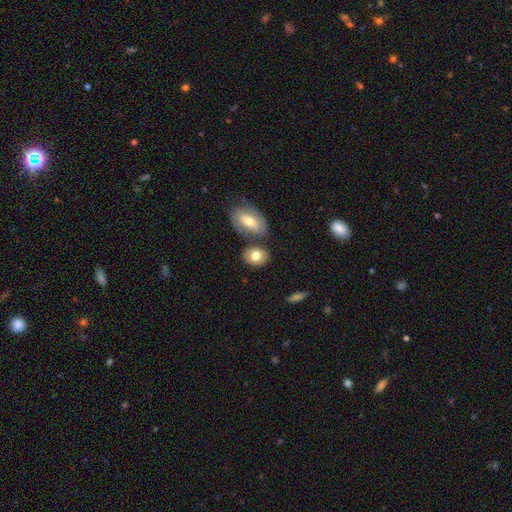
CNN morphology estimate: This appears to be a smooth galaxy with no disk features (76%) that is in between round and cigar-shaped (65%). Merging: none (64%).